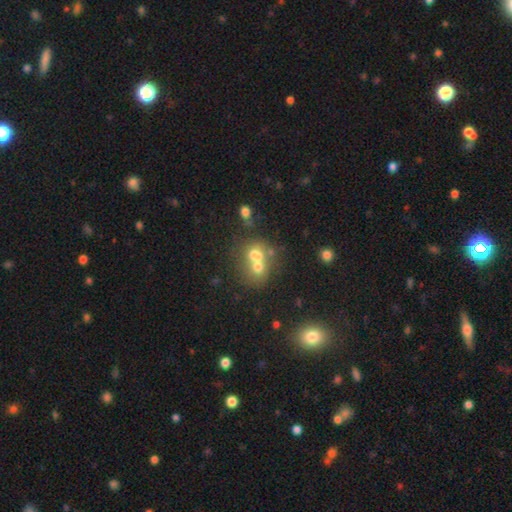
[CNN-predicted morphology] smooth_or_featured: smooth (p=0.64) [alt: featured or disk p=0.23]
how_rounded: round (p=0.66) [alt: in between p=0.33]
merging: merger (p=0.64) [alt: none p=0.25]